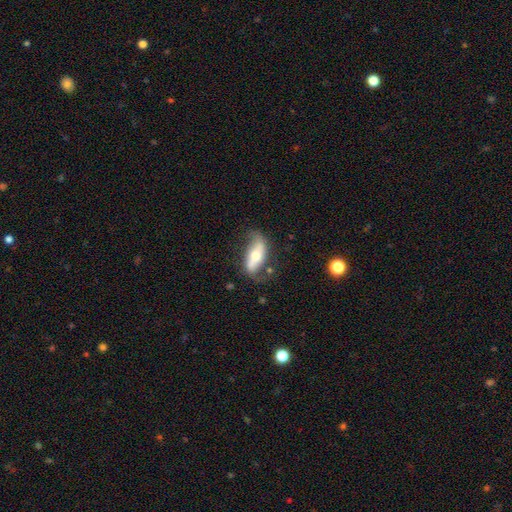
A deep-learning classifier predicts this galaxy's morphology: Overall: featured or disk (59%; smooth 35%). Edge-on disk: no (79%). Merging: none (60%; minor disturbance 24%).